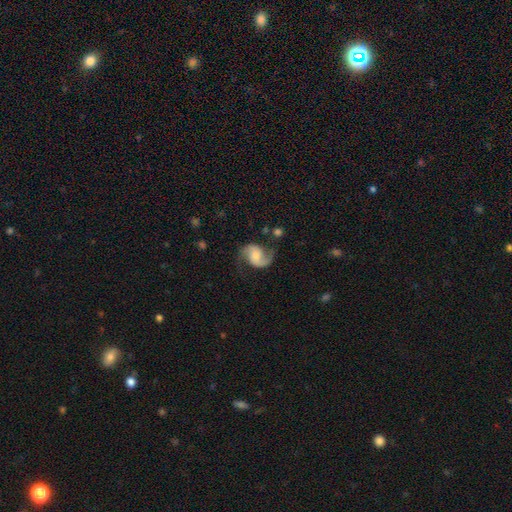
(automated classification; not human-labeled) The model was most divided on "bulge size": moderate: 36%, small: 31%, none: 19%, large: 12%, dominant: 2%. Remaining: edge-on disk — no (98%); spiral arms — yes (97%); spiral arm count — 2 (90%); smooth or featured — featured or disk (85%); merging — none (71%); bar — no (56%); spiral winding — medium (47%).